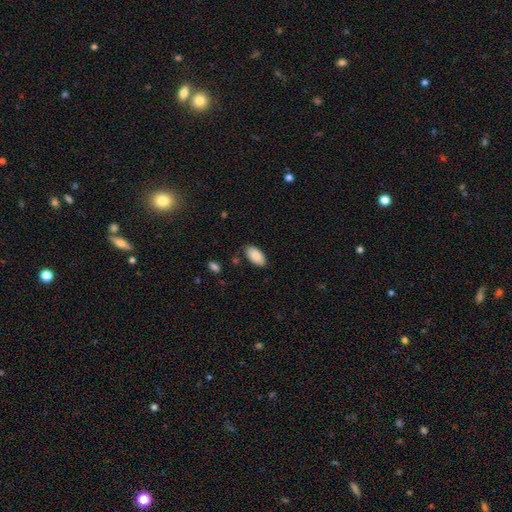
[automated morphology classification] Smooth or featured: smooth — 88% (star or artifact — 6%)
How rounded: in between — 95% (cigar-shaped — 3%)
Merging: none — 83% (minor disturbance — 13%)